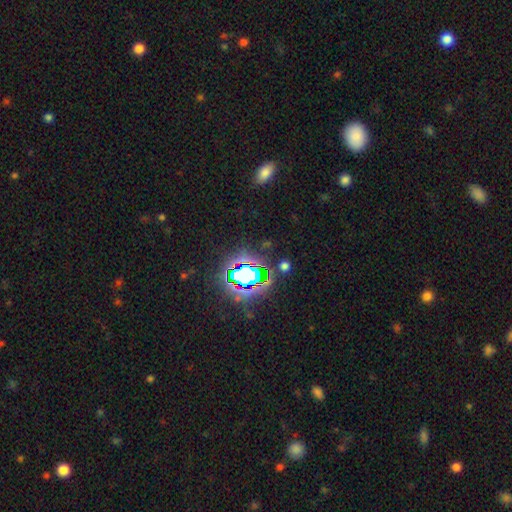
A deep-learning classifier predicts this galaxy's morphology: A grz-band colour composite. It shows a star or artifact, not a galaxy (79%).